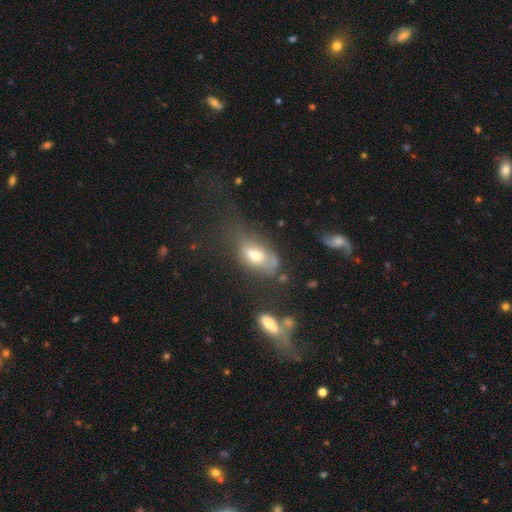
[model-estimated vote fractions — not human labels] smooth_or_featured: smooth (p=0.56) [alt: featured or disk p=0.32]
how_rounded: in between (p=0.84) [alt: cigar-shaped p=0.08]
merging: major disturbance (p=0.34) [alt: none p=0.30]